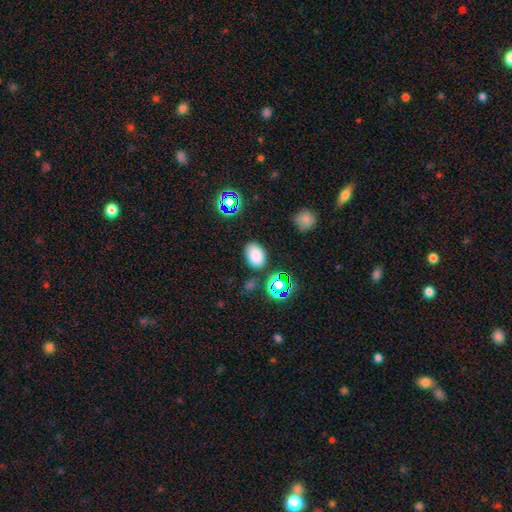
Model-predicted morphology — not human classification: Smooth or featured?
  - smooth: 79% *
  - star or artifact: 15%
  - featured or disk: 6%
How rounded?
  - in between: 85% *
  - round: 14%
  - cigar-shaped: 1%
Merging?
  - none: 81% *
  - minor disturbance: 11%
  - merger: 4%
  - major disturbance: 3%